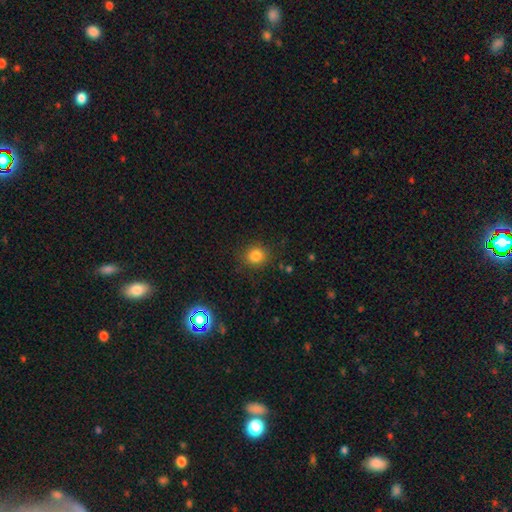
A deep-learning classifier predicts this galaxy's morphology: smooth_or_featured: smooth (p=0.82) [alt: star or artifact p=0.13]
how_rounded: round (p=0.87) [alt: in between p=0.12]
merging: none (p=0.87) [alt: minor disturbance p=0.09]